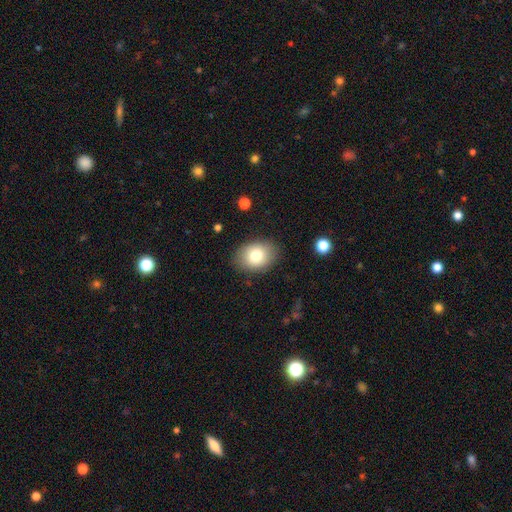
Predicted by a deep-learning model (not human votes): Morphology: type=smooth (79%); roundness=in between (72%); merging=none (85%).